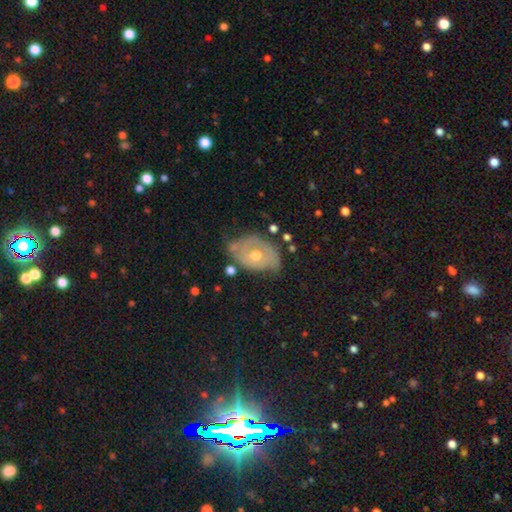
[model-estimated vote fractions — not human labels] smooth_or_featured: featured or disk (p=0.62) [alt: smooth p=0.30]
disk_edge_on: no (p=0.94) [alt: yes p=0.06]
bar: no (p=0.85) [alt: weak p=0.12]
has_spiral_arms: no (p=0.56) [alt: yes p=0.44]
bulge_size: moderate (p=0.77) [alt: small p=0.18]
merging: none (p=0.52) [alt: minor disturbance p=0.33]